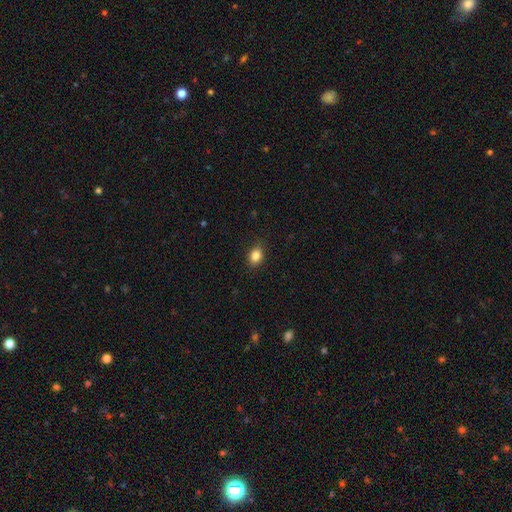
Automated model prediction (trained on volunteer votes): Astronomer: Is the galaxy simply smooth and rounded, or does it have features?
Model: smooth — 85%.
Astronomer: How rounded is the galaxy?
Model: in between — 61% (runner-up: round, 37%).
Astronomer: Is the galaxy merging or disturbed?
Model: none — 87%.